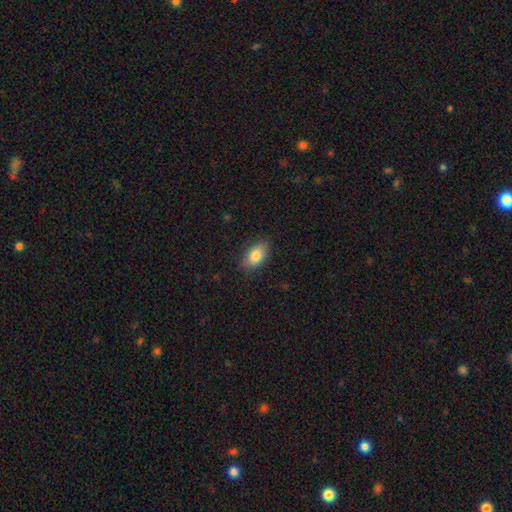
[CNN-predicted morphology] smooth-or-featured: smooth: 82% | featured or disk: 11% | star or artifact: 7%
  how-rounded: in between: 91% | round: 7% | cigar-shaped: 2%
  merging: none: 84% | minor disturbance: 12% | major disturbance: 3% | merger: 1%